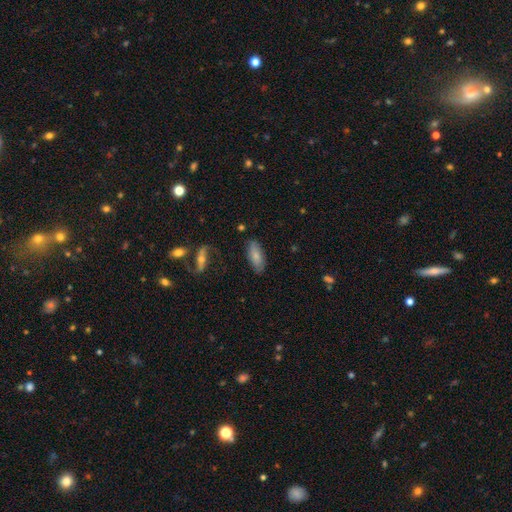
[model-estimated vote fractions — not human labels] A smooth galaxy with no disk features (75%) that is in between round and cigar-shaped (78%).

Vote fractions:
- Smooth or featured? smooth: 75% / featured or disk: 18% / star or artifact: 7%
- How rounded? in between: 78% / cigar-shaped: 20% / round: 2%
- Merging? none: 80% / minor disturbance: 14% / major disturbance: 3% / merger: 2%